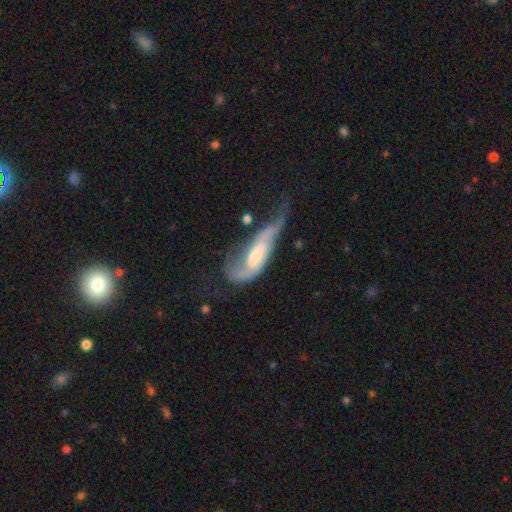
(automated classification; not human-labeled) Morphology: type=featured or disk (67%); edge-on=no (83%); bar=no (44%); spiral arms=yes (78%); bulge=moderate (52%); merging=major disturbance (51%).